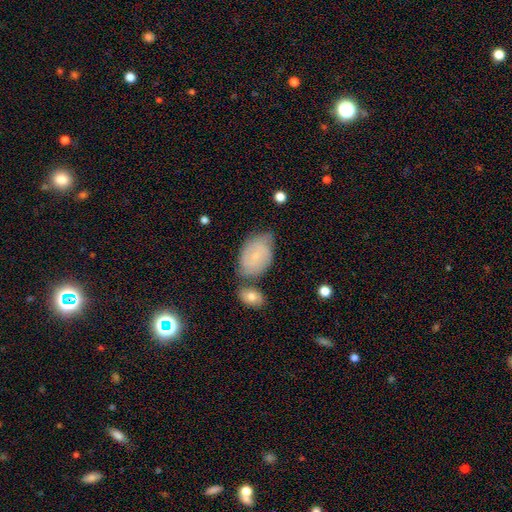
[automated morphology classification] smooth 55%, featured or disk 37%, star or artifact 8%. Down the decision tree: how rounded — in between (86%); merging — none (51%).